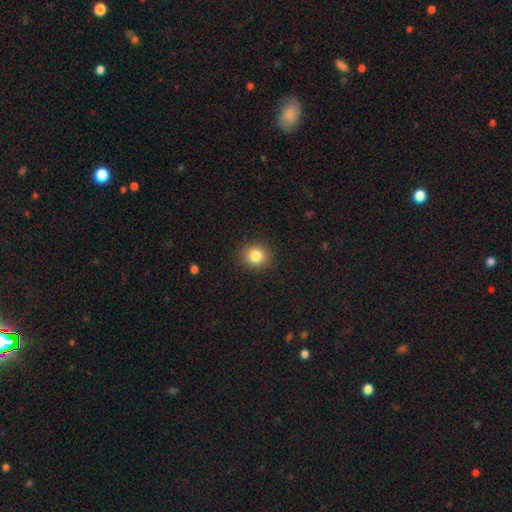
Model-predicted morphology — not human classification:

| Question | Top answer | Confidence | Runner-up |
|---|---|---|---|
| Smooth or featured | smooth | 83% | star or artifact (11%) |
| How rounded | round | 83% | in between (16%) |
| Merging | none | 90% | minor disturbance (6%) |